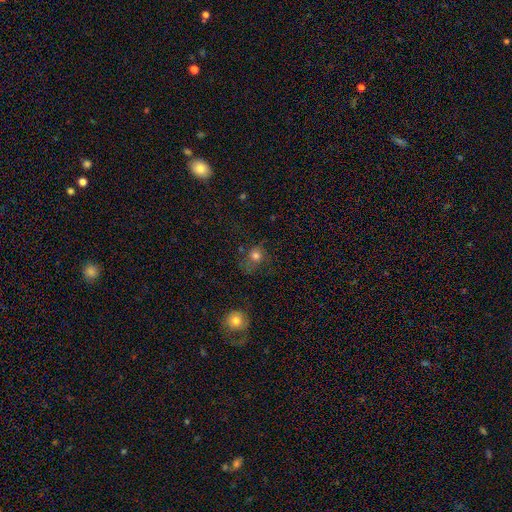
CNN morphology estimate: type=smooth (66%); roundness=round (78%); merging=none (55%).